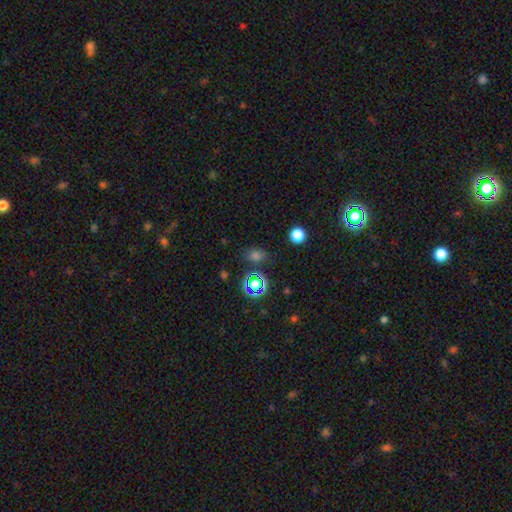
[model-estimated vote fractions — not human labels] A smooth galaxy with no disk features (58%) that is in between round and cigar-shaped (49%, tied with round).

Vote fractions:
- Smooth or featured? smooth: 58% / star or artifact: 35% / featured or disk: 7%
- How rounded? in between: 49% (tied) / round: 49% (tied) / cigar-shaped: 2%
- Merging? none: 81% / minor disturbance: 11% / major disturbance: 4% / merger: 4%